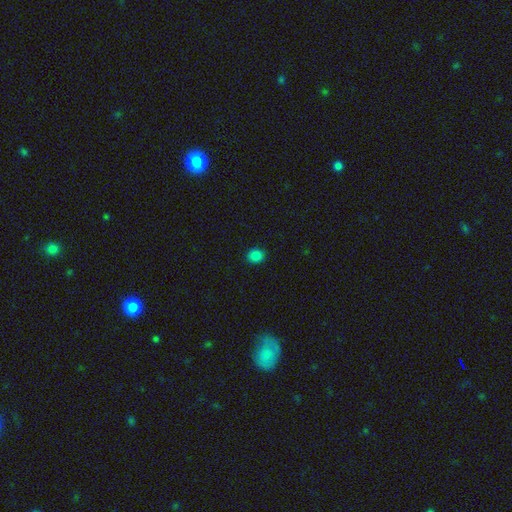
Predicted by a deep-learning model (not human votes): Smooth or featured: smooth — 84% (star or artifact — 13%)
How rounded: round — 77% (in between — 22%)
Merging: none — 91% (minor disturbance — 6%)